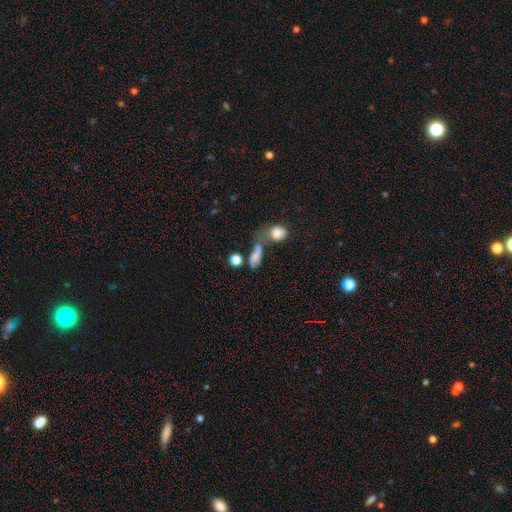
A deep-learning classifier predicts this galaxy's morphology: Smooth or featured: smooth — 72% (featured or disk — 15%)
How rounded: in between — 64% (cigar-shaped — 19%)
Merging: merger — 39% (none — 29%)